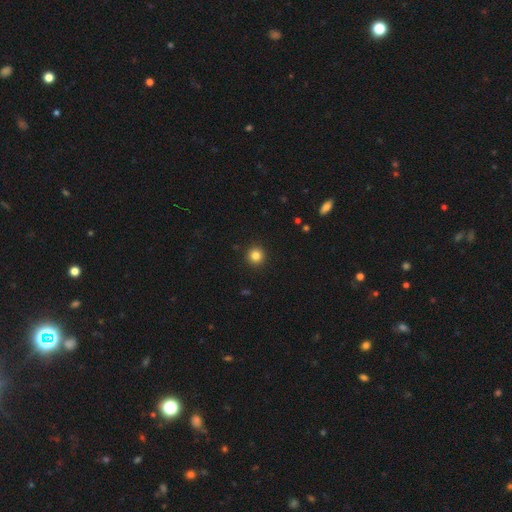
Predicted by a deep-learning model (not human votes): A smooth galaxy with no disk features (83%) that is round (95%).

Vote fractions:
- Smooth or featured? smooth: 83% / star or artifact: 12% / featured or disk: 5%
- How rounded? round: 95% / in between: 4% / cigar-shaped: 1%
- Merging? none: 93% / minor disturbance: 5% / major disturbance: 2% / merger: 1%